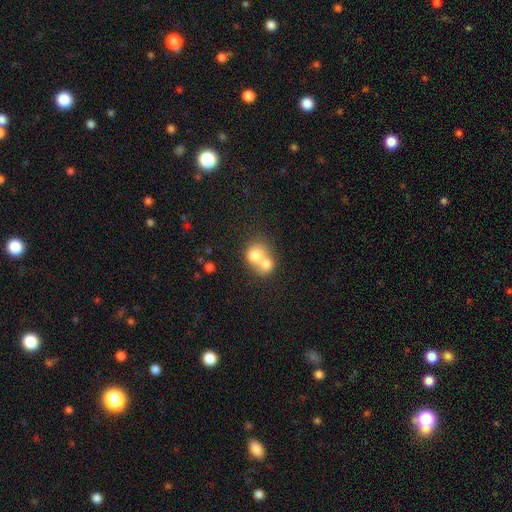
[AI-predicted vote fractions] smooth 73%, featured or disk 18%, star or artifact 8%. Down the decision tree: how rounded — round (68%); merging — merger (75%).